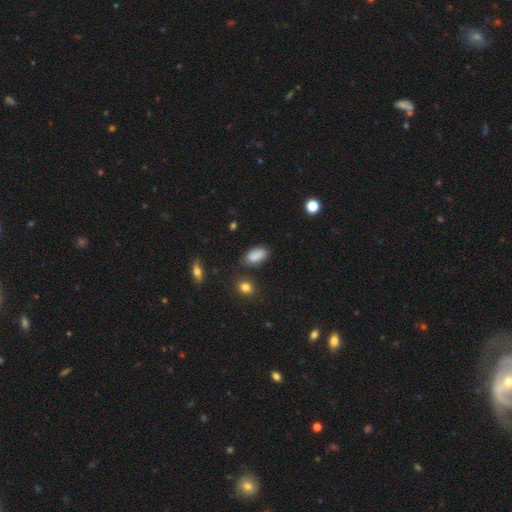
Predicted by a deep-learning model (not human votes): Smooth or featured? Predicted: smooth (p=0.86). How rounded? Predicted: in between (p=0.91). Merging? Predicted: none (p=0.77).